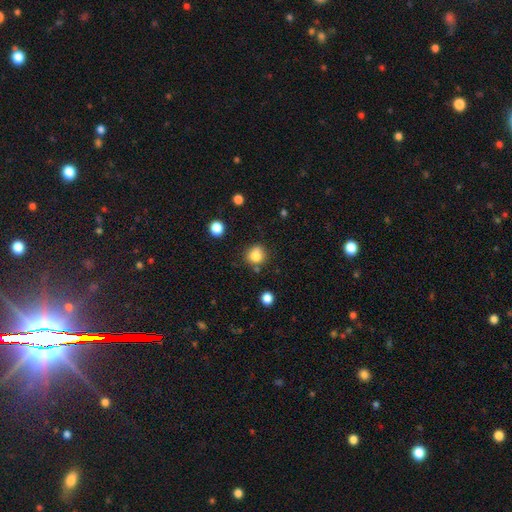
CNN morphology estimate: A smooth galaxy with no disk features (82%) that is round (85%).

Vote fractions:
- Smooth or featured? smooth: 82% / star or artifact: 11% / featured or disk: 6%
- How rounded? round: 85% / in between: 14% / cigar-shaped: 1%
- Merging? none: 74% / minor disturbance: 15% / merger: 7% / major disturbance: 4%